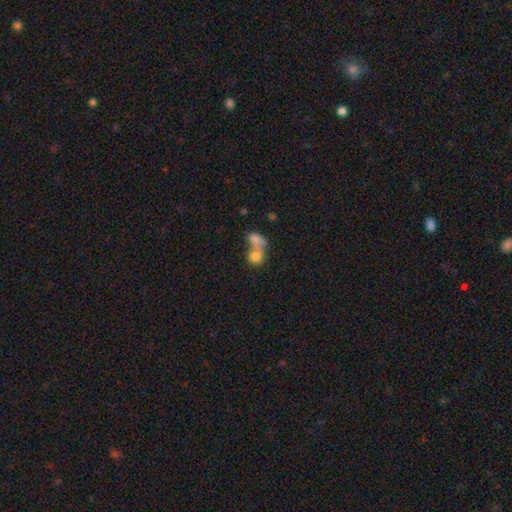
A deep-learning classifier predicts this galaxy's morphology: This appears to be a smooth galaxy with no disk features (78%) that is round (68%). Merging: merger (63%).